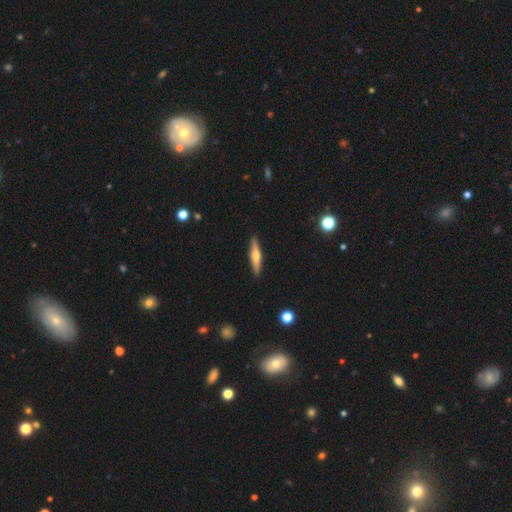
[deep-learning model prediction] The model was most divided on "smooth or featured": featured or disk: 54%, smooth: 40%, star or artifact: 6%. More confident: edge-on disk — yes (95%); merging — none (91%); edge-on bulge — rounded (90%).